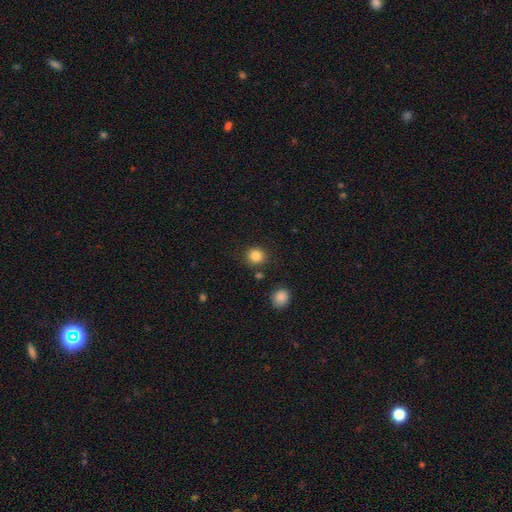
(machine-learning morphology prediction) smooth_or_featured: smooth (p=0.85) [alt: star or artifact p=0.11]
how_rounded: round (p=0.86) [alt: in between p=0.13]
merging: none (p=0.85) [alt: minor disturbance p=0.08]